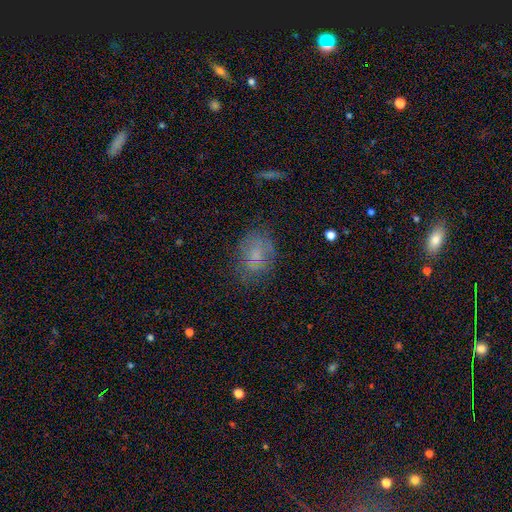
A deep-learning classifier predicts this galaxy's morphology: Smooth or featured?
  - smooth: 66% *
  - featured or disk: 22%
  - star or artifact: 12%
How rounded?
  - in between: 71% *
  - round: 28%
  - cigar-shaped: 1%
Merging?
  - none: 64% *
  - minor disturbance: 23%
  - major disturbance: 11%
  - merger: 2%